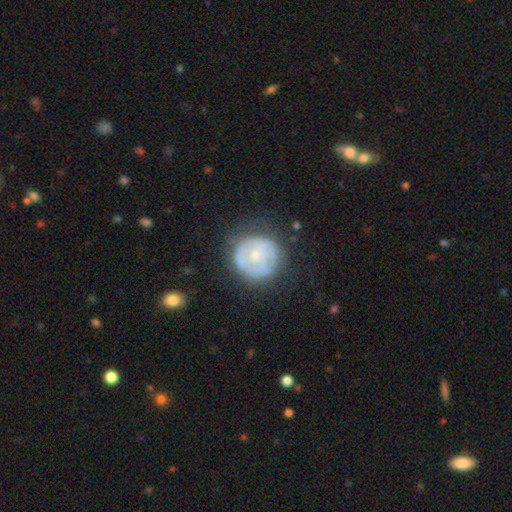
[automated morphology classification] A featured or disk galaxy (57%) with no bar (79%), spiral arms (53%) and a small central bulge (56%).

Vote fractions:
- Smooth or featured? featured or disk: 57% / smooth: 37% / star or artifact: 6%
- Edge-on disk? no: 98% / yes: 2%
- Bar? no: 79% / weak: 18% / strong: 3%
- Spiral arms? yes: 53% / no: 47%
- Bulge size? small: 56% / moderate: 36% / none: 5% / large: 2% / dominant: 1%
- Merging? none: 66% / minor disturbance: 22% / major disturbance: 11% / merger: 2%